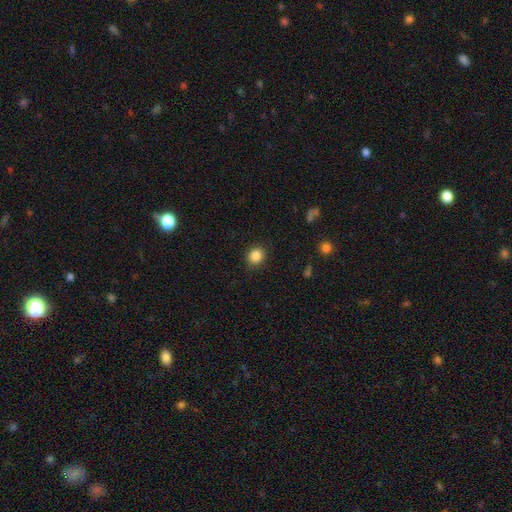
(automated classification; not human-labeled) smooth_or_featured: smooth (p=0.86) [alt: star or artifact p=0.10]
how_rounded: round (p=0.81) [alt: in between p=0.18]
merging: none (p=0.89) [alt: minor disturbance p=0.07]